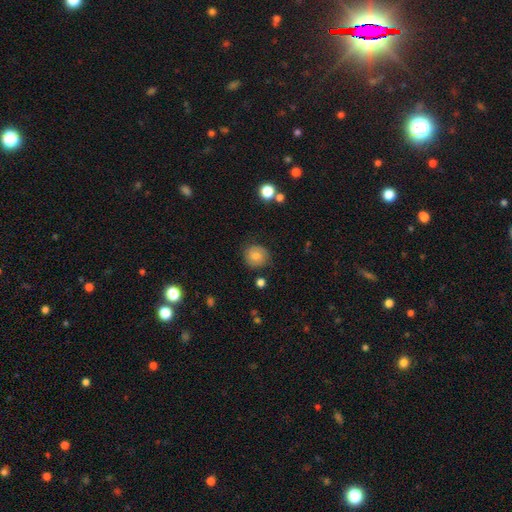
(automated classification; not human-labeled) smooth-or-featured: smooth: 59% | featured or disk: 31% | star or artifact: 10%
  how-rounded: round: 84% | in between: 15% | cigar-shaped: 1%
  merging: none: 77% | minor disturbance: 16% | major disturbance: 5% | merger: 2%